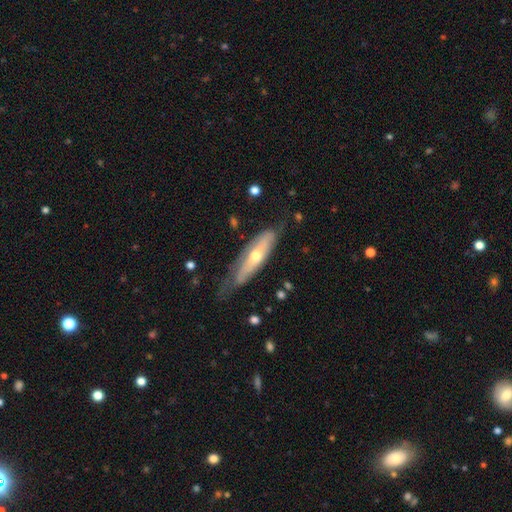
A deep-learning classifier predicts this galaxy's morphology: Smooth or featured: featured or disk — 56% (smooth — 39%)
Edge-on disk: no — 55% (yes — 45%)
Merging: none — 56% (minor disturbance — 29%)